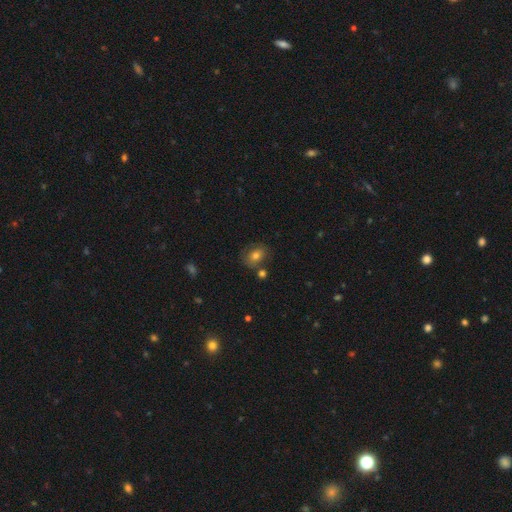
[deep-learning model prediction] This is likely a smooth galaxy (71%). How rounded: possibly in between (60%). Merging: likely none (71%).